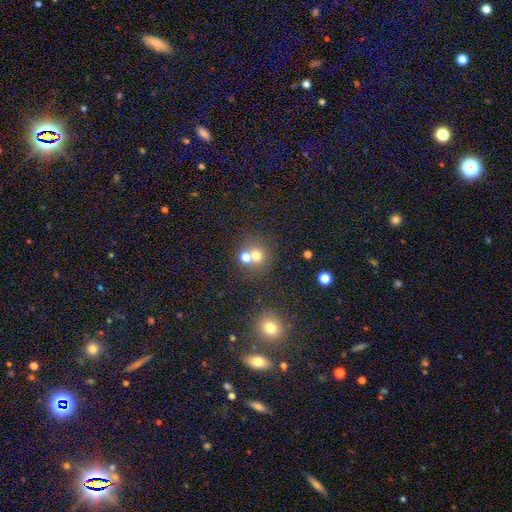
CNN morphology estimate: The model was most divided on "merging": none: 49%, merger: 41%, minor disturbance: 7%, major disturbance: 3%. More confident: how rounded — round (84%); smooth or featured — smooth (69%).